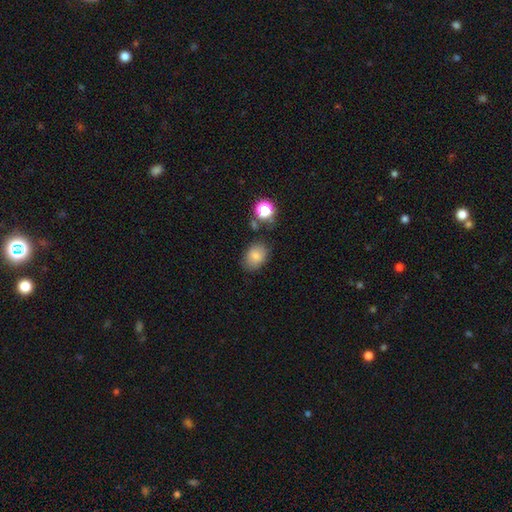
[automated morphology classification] Q: Smooth or featured?
A: smooth (81%); runner-up: star or artifact (11%)
Q: How rounded?
A: in between (71%); runner-up: round (28%)
Q: Merging?
A: none (76%); runner-up: minor disturbance (15%)